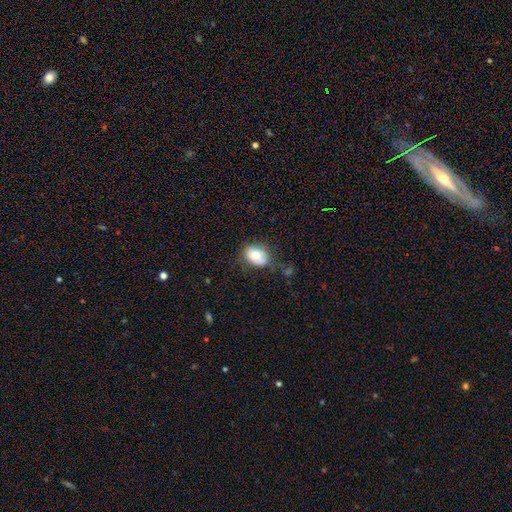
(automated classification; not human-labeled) A smooth galaxy with no disk features (77%) that is in between round and cigar-shaped (75%).

Vote fractions:
- Smooth or featured? smooth: 77% / featured or disk: 15% / star or artifact: 8%
- How rounded? in between: 75% / round: 24% / cigar-shaped: 1%
- Merging? none: 68% / minor disturbance: 23% / major disturbance: 7% / merger: 3%